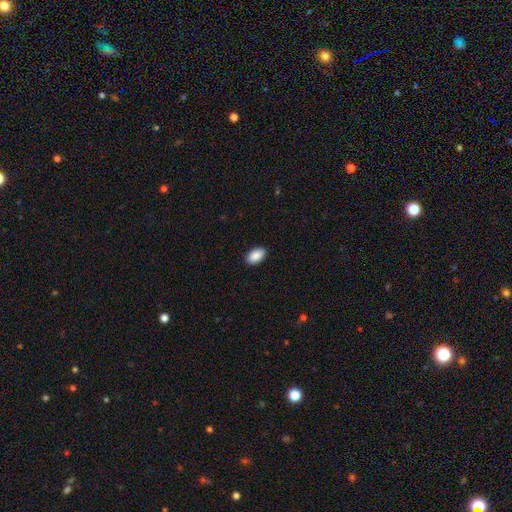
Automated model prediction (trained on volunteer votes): Overall: smooth (90%). How rounded: in between (93%). Merging: none (89%).